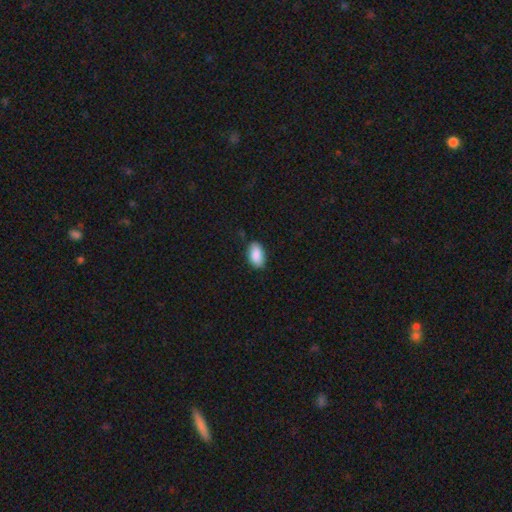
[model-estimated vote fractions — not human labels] Smooth or featured: smooth — 88% (star or artifact — 6%)
How rounded: in between — 94% (round — 4%)
Merging: none — 82% (minor disturbance — 14%)